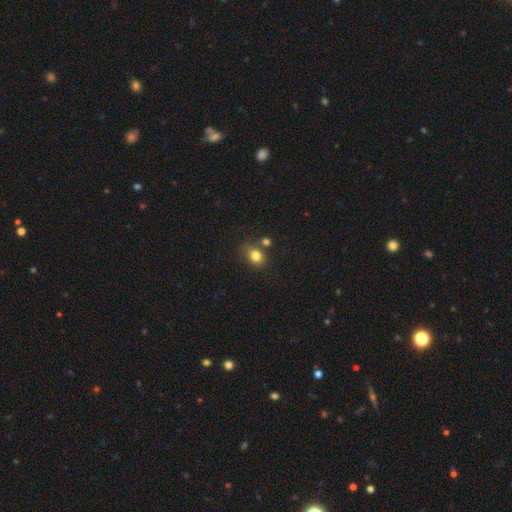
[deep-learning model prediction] Smooth or featured?
  - smooth: 81% *
  - star or artifact: 11%
  - featured or disk: 8%
How rounded?
  - in between: 51% *
  - round: 47%
  - cigar-shaped: 1%
Merging?
  - none: 66% *
  - minor disturbance: 15%
  - merger: 14%
  - major disturbance: 5%